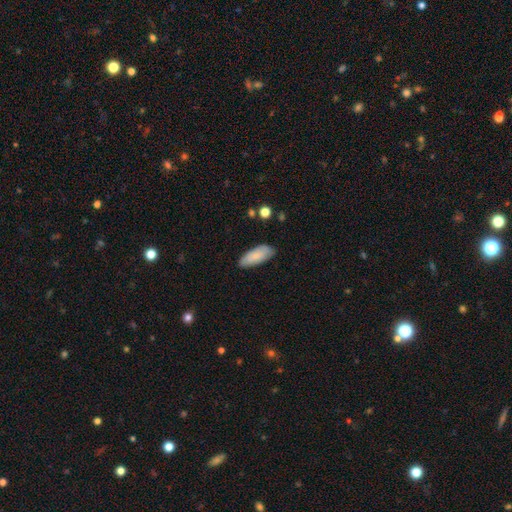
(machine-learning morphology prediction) Overall: smooth (83%). How rounded: in between (81%). Merging: none (80%).